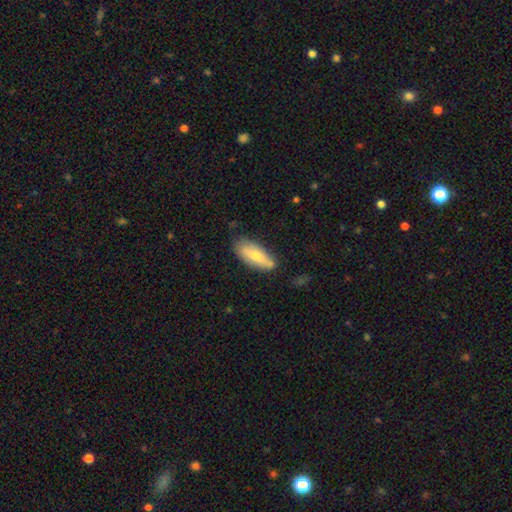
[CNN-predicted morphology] type=smooth (73%); roundness=in between (68%); merging=none (70%).